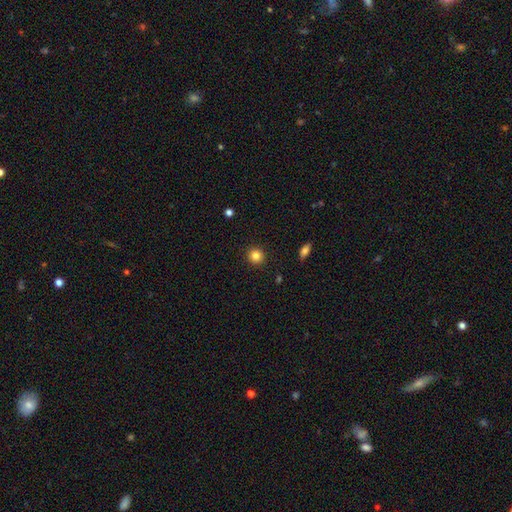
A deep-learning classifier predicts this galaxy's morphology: smooth_or_featured: smooth (p=0.83) [alt: star or artifact p=0.11]
how_rounded: round (p=0.93) [alt: in between p=0.06]
merging: none (p=0.92) [alt: minor disturbance p=0.05]